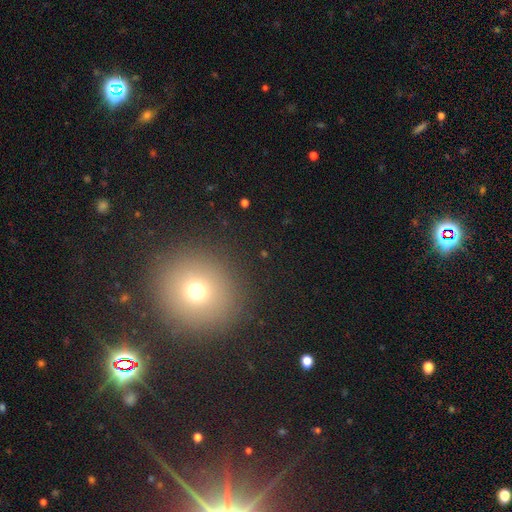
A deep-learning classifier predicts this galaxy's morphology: Smooth or featured? Predicted: smooth (p=0.48). Merging? Predicted: none (p=0.89).